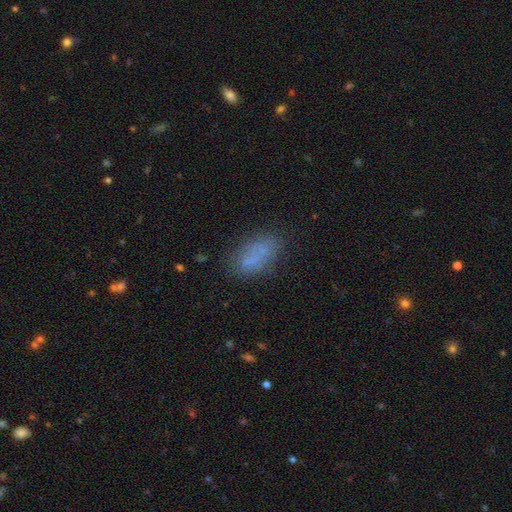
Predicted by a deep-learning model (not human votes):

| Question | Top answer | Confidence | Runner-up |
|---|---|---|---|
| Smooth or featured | smooth | 68% | featured or disk (19%) |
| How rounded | in between | 86% | cigar-shaped (9%) |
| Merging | none | 69% | minor disturbance (18%) |